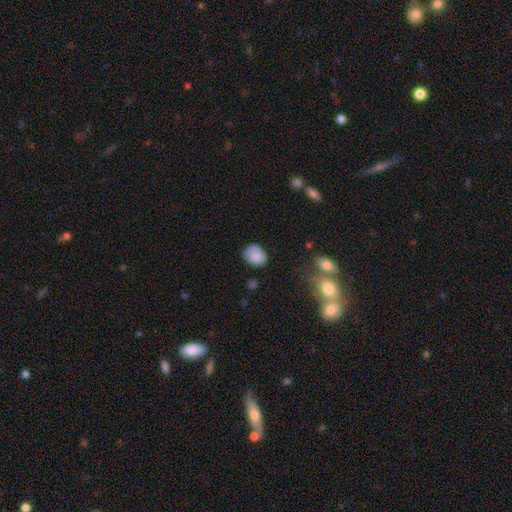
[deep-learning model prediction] Q: Smooth or featured?
A: smooth (83%); runner-up: star or artifact (9%)
Q: How rounded?
A: in between (56%); runner-up: round (43%)
Q: Merging?
A: none (66%); runner-up: minor disturbance (25%)